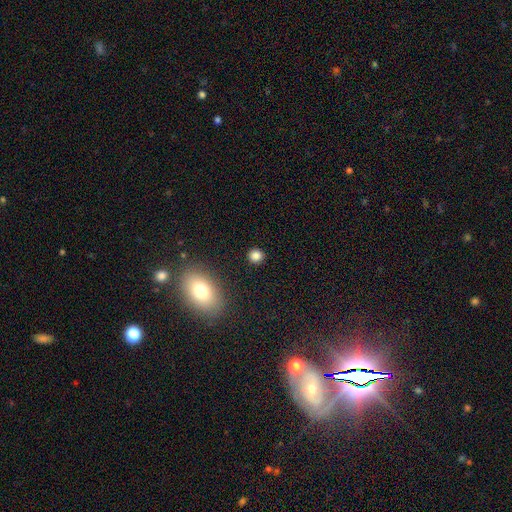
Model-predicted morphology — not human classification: A smooth galaxy with no disk features (83%) that is round (87%).

Vote fractions:
- Smooth or featured? smooth: 83% / star or artifact: 12% / featured or disk: 5%
- How rounded? round: 87% / in between: 12% / cigar-shaped: 1%
- Merging? none: 90% / minor disturbance: 6% / major disturbance: 2% / merger: 2%